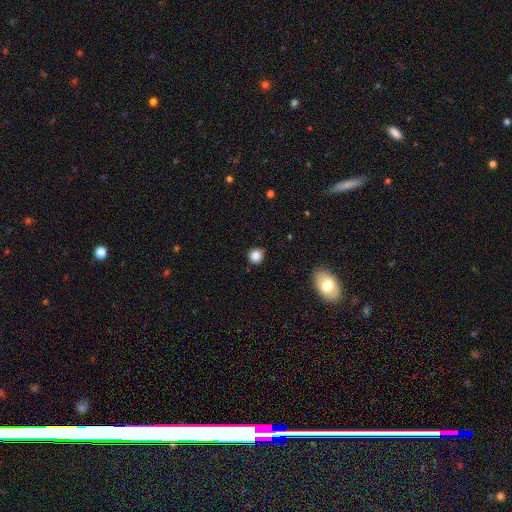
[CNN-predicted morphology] Smooth or featured? Predicted: smooth (p=0.86). How rounded? Predicted: round (p=0.91). Merging? Predicted: none (p=0.86).